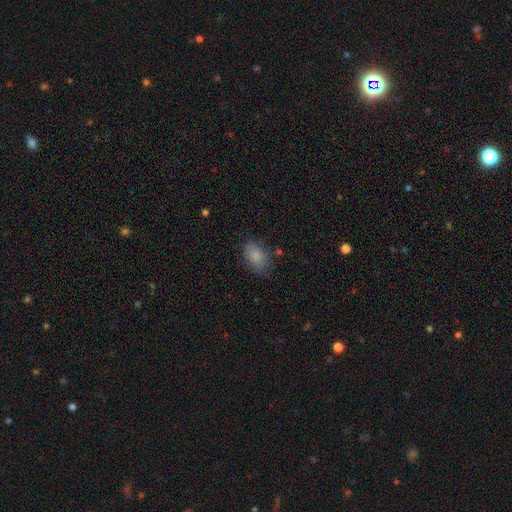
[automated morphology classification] smooth 84%, featured or disk 8%, star or artifact 8%. Down the decision tree: how rounded — in between (90%); merging — none (75%).